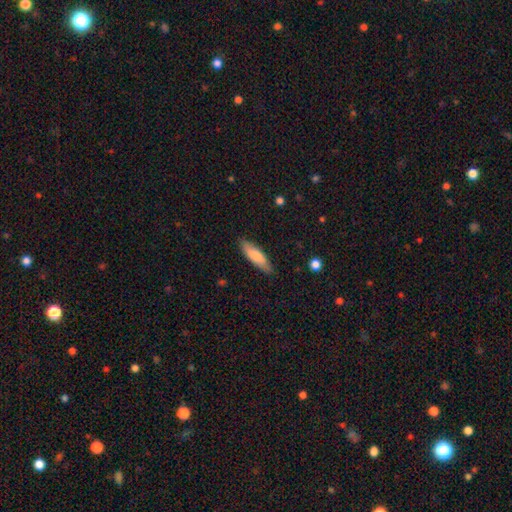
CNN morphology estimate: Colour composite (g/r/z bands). It shows a smooth galaxy with no disk features (76%) that is cigar-shaped (58%). Merging: none (84%).